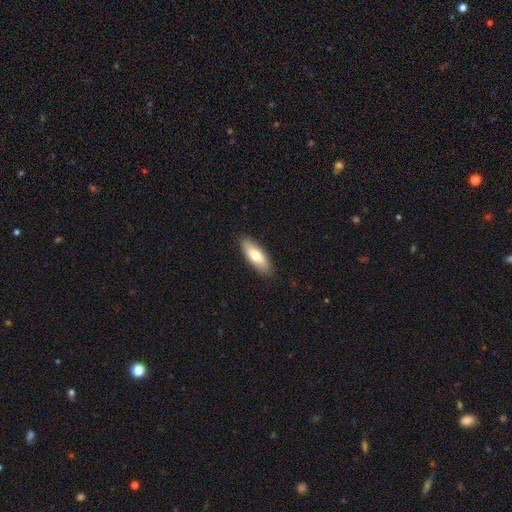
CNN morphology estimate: The model was most divided on "how rounded": in between: 70%, cigar-shaped: 28%, round: 2%. More confident: merging — none (88%); smooth or featured — smooth (74%).